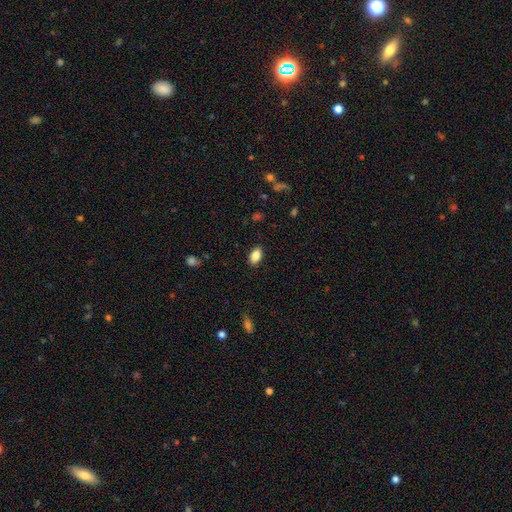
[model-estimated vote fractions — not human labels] This appears to be a smooth galaxy with no disk features (87%) that is in between round and cigar-shaped (91%). Merging: none (88%).